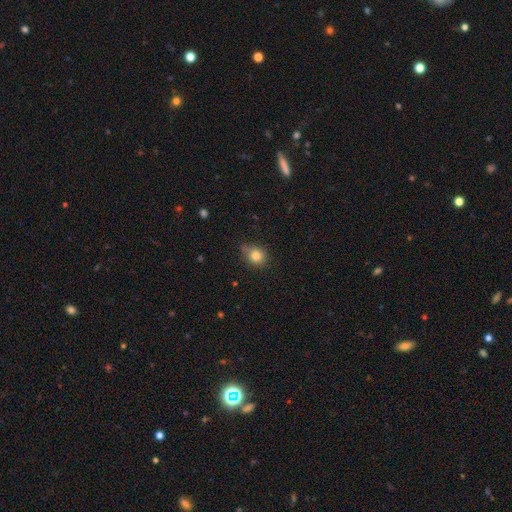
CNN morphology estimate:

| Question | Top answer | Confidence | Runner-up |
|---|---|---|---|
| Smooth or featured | smooth | 82% | star or artifact (11%) |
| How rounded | round | 71% | in between (28%) |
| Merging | none | 64% | minor disturbance (29%) |